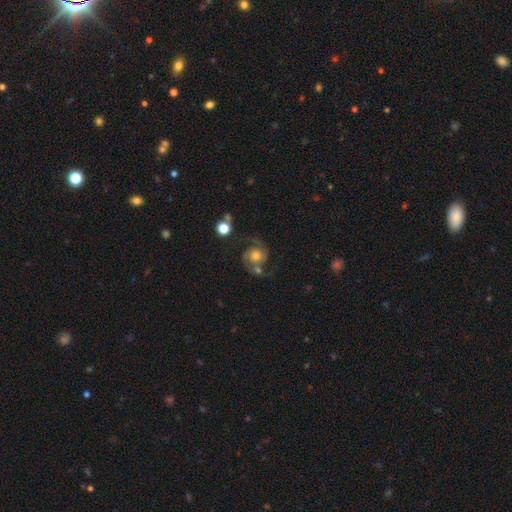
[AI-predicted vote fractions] This is likely a featured or disk galaxy (77%). It is clearly not viewed edge-on (98%). Bar: likely no (75%). Spiral arm pattern: clearly yes (95%). Spiral arm count: clearly 2 (90%). Spiral winding: possibly medium (52%). Central bulge: possibly moderate (56%). Merging: possibly none (60%).